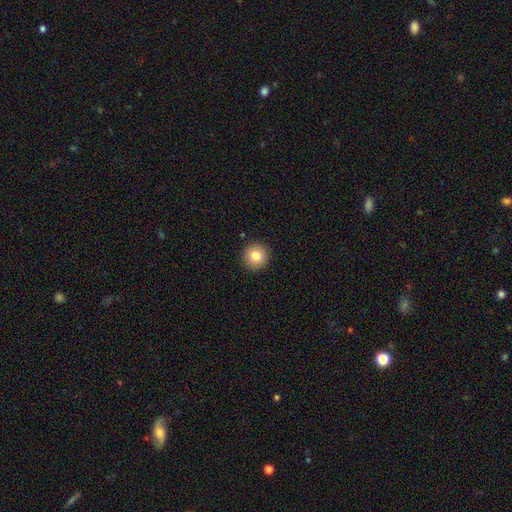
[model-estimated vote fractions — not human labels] smooth_or_featured: smooth (p=0.82) [alt: star or artifact p=0.10]
how_rounded: round (p=0.95) [alt: in between p=0.04]
merging: none (p=0.92) [alt: minor disturbance p=0.05]